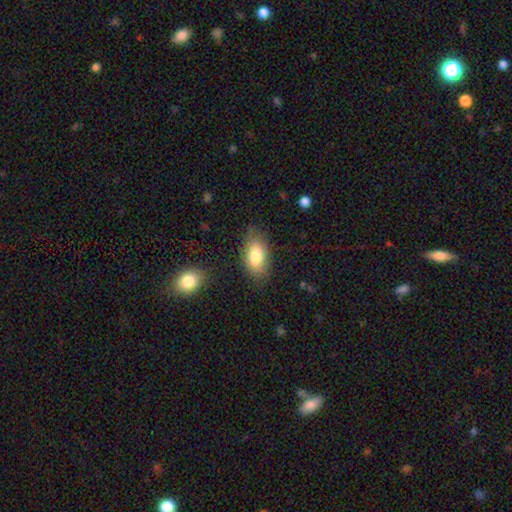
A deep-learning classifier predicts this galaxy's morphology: smooth-or-featured: smooth: 78% | featured or disk: 14% | star or artifact: 7%
  how-rounded: in between: 91% | round: 7% | cigar-shaped: 3%
  merging: none: 75% | minor disturbance: 18% | major disturbance: 4% | merger: 2%